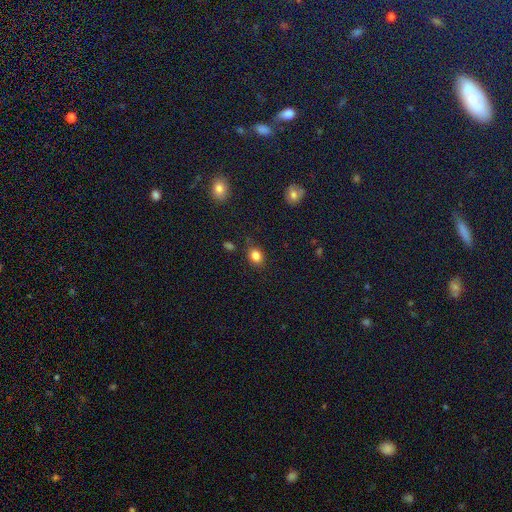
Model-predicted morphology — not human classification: This is clearly a smooth galaxy (83%). How rounded: possibly in between (56%). Merging: likely none (79%).